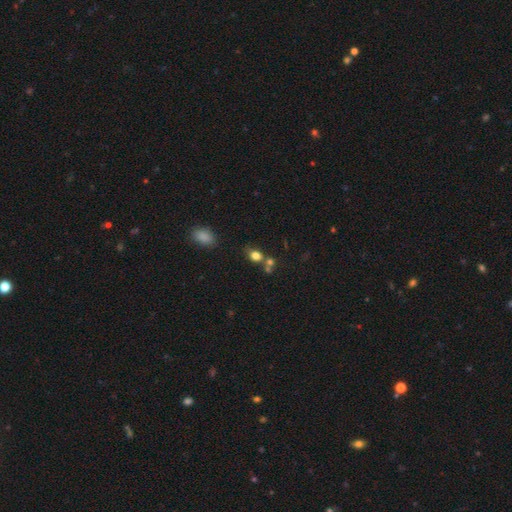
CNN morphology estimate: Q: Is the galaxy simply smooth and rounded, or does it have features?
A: smooth — 77%.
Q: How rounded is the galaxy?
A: round — 53%.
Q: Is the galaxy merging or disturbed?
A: none — 52%.